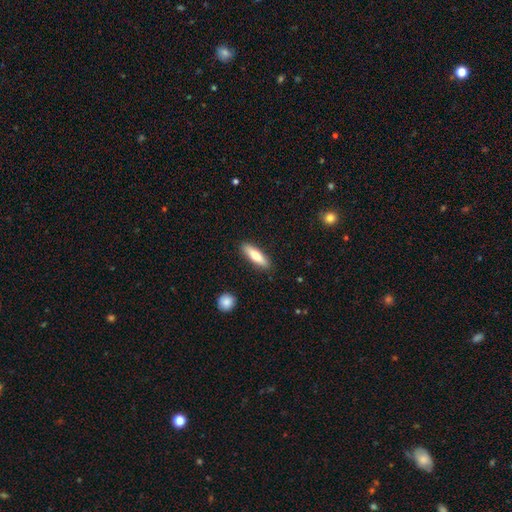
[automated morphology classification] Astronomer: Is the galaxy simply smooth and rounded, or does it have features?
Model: smooth — 71%.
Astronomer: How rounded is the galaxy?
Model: cigar-shaped — 66%.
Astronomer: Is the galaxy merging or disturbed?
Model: none — 89%.